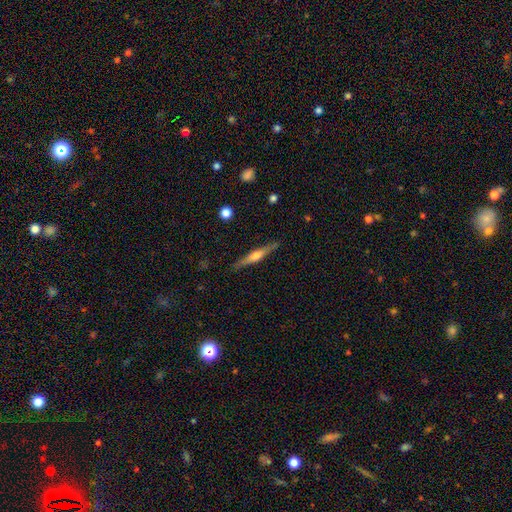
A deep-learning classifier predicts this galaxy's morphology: Overall: featured or disk (68%). Edge-on disk: yes (97%). Edge-on bulge: rounded (84%). Merging: none (88%).